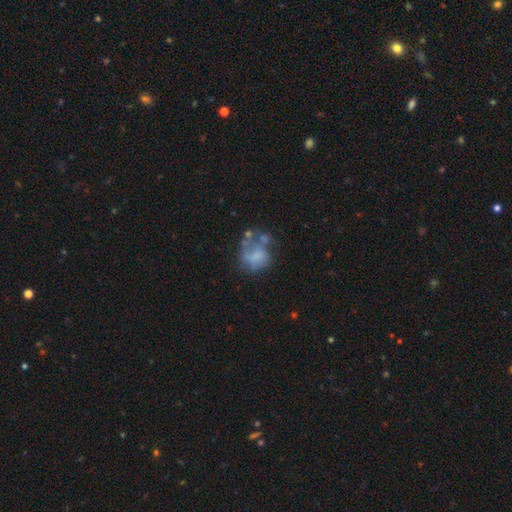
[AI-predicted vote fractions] Smooth or featured? Predicted: smooth (p=0.48). Merging? Predicted: none (p=0.32).